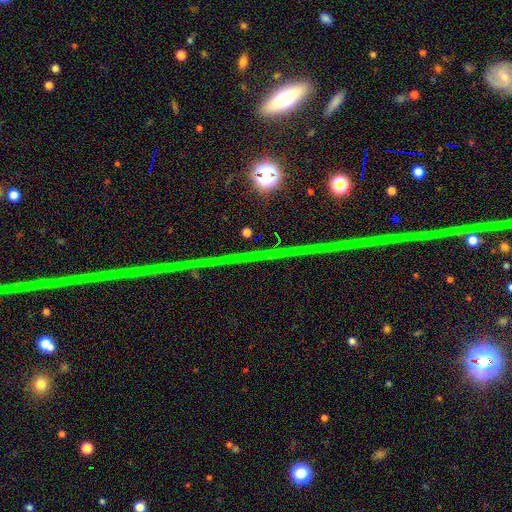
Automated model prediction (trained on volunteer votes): The model was most divided on "smooth or featured": star or artifact: 76%, featured or disk: 13%, smooth: 10%.